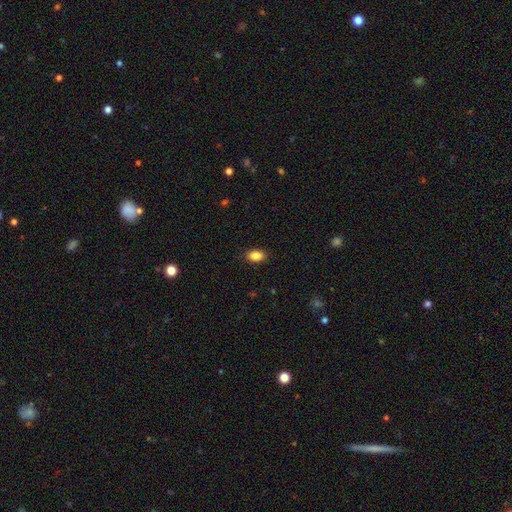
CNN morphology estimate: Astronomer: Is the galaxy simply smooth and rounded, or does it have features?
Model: smooth — 88%.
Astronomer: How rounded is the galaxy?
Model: in between — 90%.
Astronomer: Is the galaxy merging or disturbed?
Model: none — 87%.